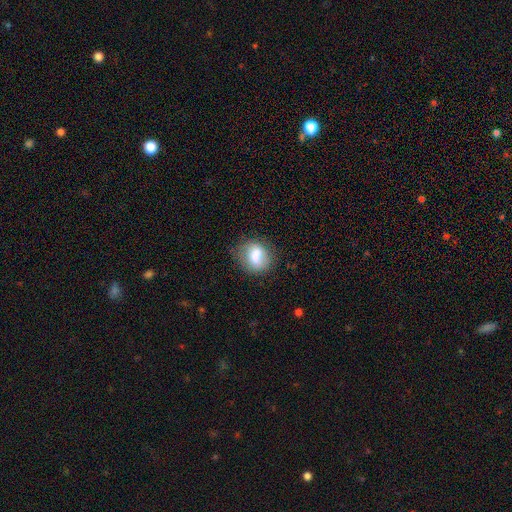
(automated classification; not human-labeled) A smooth galaxy with no disk features (74%) that is round (55%). Merging: none (63%).